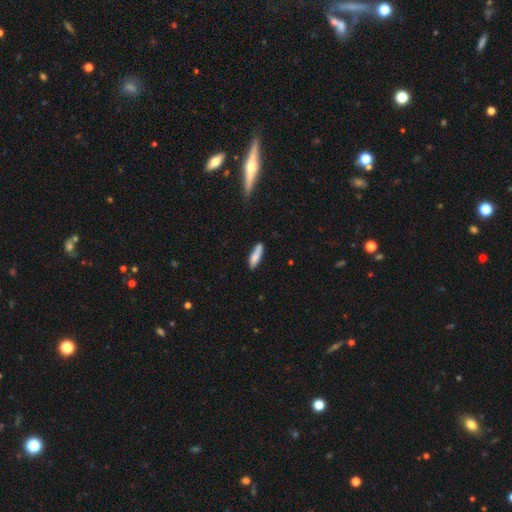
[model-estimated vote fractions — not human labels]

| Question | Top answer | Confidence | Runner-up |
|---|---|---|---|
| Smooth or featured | smooth | 81% | featured or disk (13%) |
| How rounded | cigar-shaped | 66% | in between (32%) |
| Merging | none | 82% | minor disturbance (14%) |